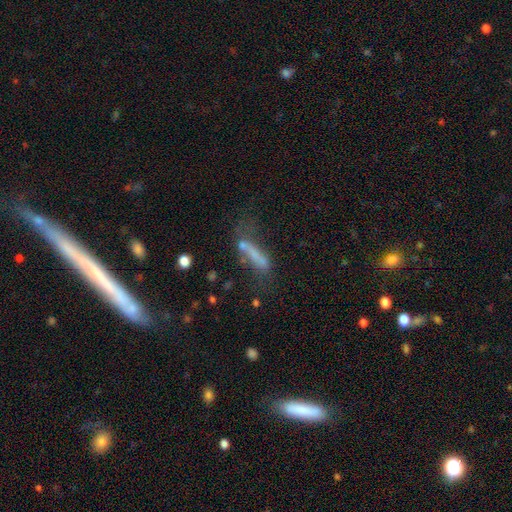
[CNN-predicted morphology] This appears to be a smooth galaxy with no disk features (55%) that is cigar-shaped (74%). Merging: none (33%).